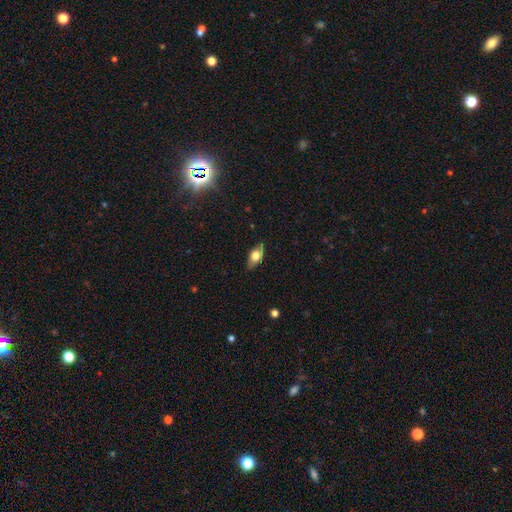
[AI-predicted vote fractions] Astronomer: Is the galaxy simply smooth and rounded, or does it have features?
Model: smooth — 63%.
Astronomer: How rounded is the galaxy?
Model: in between — 85%.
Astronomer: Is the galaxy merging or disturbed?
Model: none — 81%.